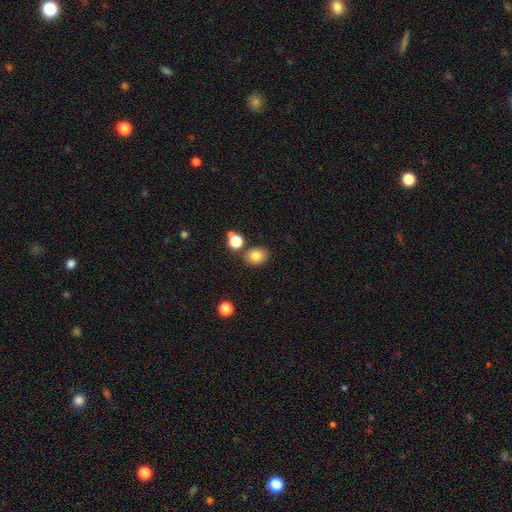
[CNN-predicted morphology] This appears to be a smooth galaxy with no disk features (81%) that is in between round and cigar-shaped (51%). Merging: none (79%).